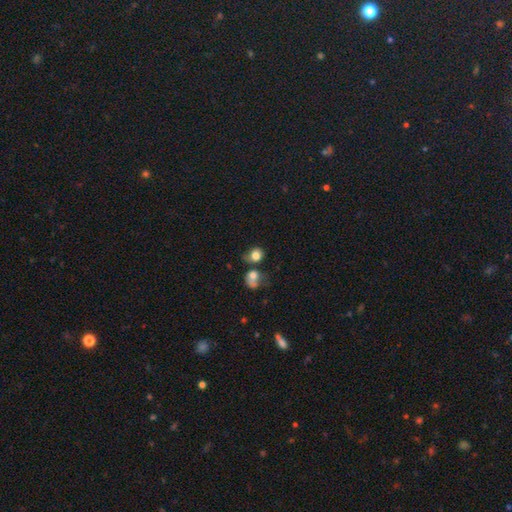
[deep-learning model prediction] Smooth or featured? Predicted: smooth (p=0.79). How rounded? Predicted: round (p=0.69). Merging? Predicted: none (p=0.39).